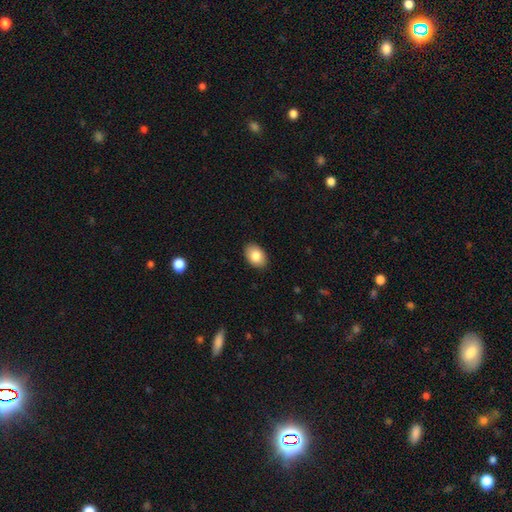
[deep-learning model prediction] This is clearly a smooth galaxy (85%). How rounded: clearly in between (86%). Merging: clearly none (89%).